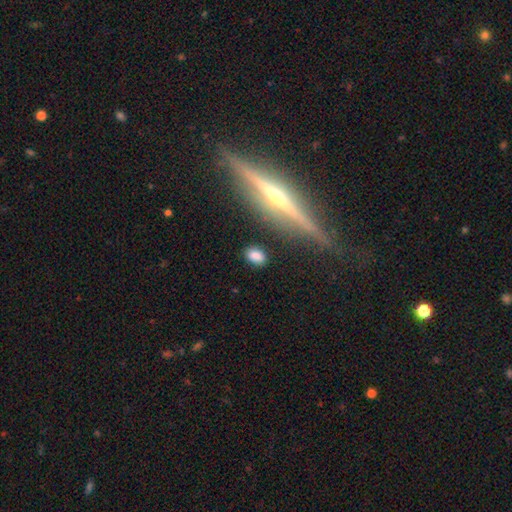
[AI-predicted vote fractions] Smooth or featured? smooth (80%)
How rounded? in between (71%)
Merging? none (84%)